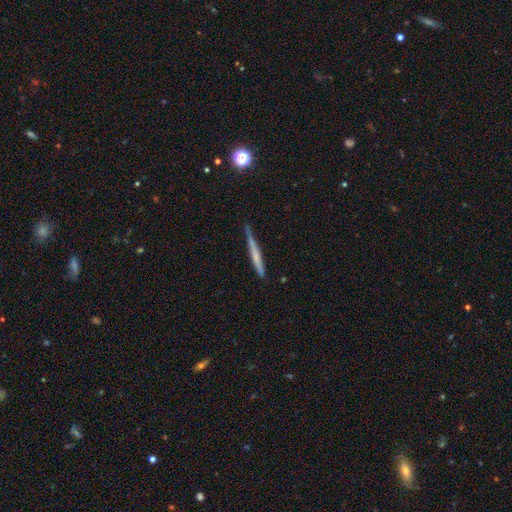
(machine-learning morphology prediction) smooth 49%, featured or disk 45%, star or artifact 6%. Down the decision tree: merging — none (77%).